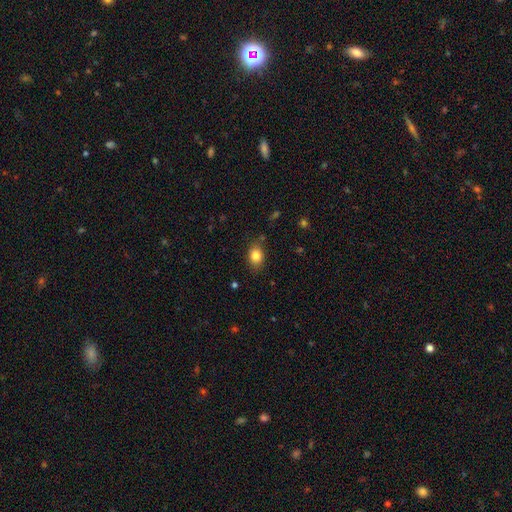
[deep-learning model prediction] smooth 83%, star or artifact 9%, featured or disk 8%. Down the decision tree: how rounded — in between (70%); merging — none (81%).